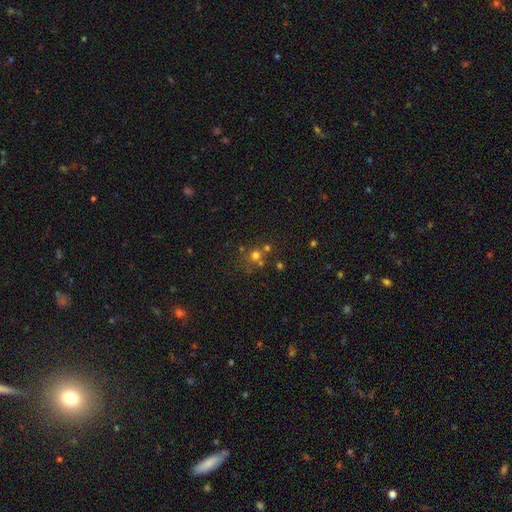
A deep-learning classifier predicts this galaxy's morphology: smooth 62%, star or artifact 24%, featured or disk 14%. Down the decision tree: how rounded — round (88%); merging — none (55%).